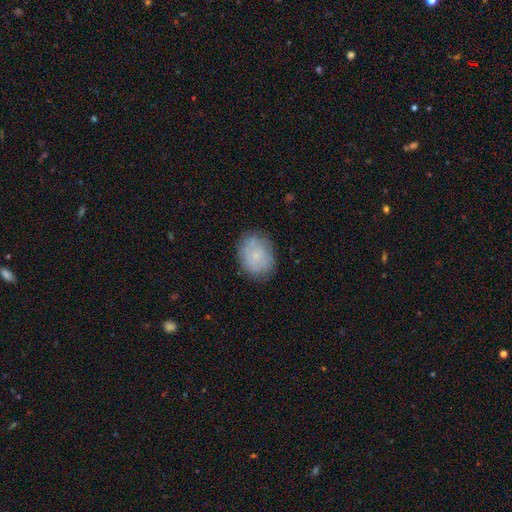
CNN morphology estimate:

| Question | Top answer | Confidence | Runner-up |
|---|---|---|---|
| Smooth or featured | smooth | 60% | featured or disk (32%) |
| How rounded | in between | 59% | round (39%) |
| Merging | none | 78% | minor disturbance (16%) |